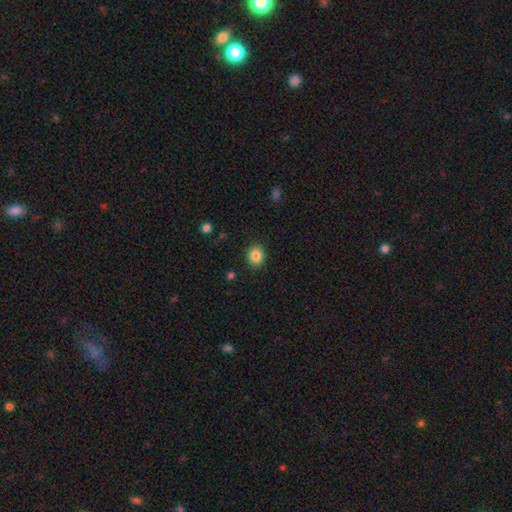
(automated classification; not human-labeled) Smooth or featured: smooth — 85% (star or artifact — 10%)
How rounded: round — 67% (in between — 33%)
Merging: none — 89% (minor disturbance — 7%)